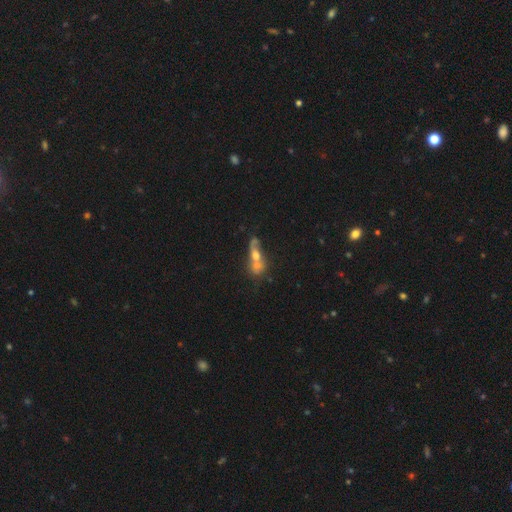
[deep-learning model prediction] This appears to be a smooth galaxy with no disk features (52%) that is in between round and cigar-shaped (48%). Merging: merger (72%).